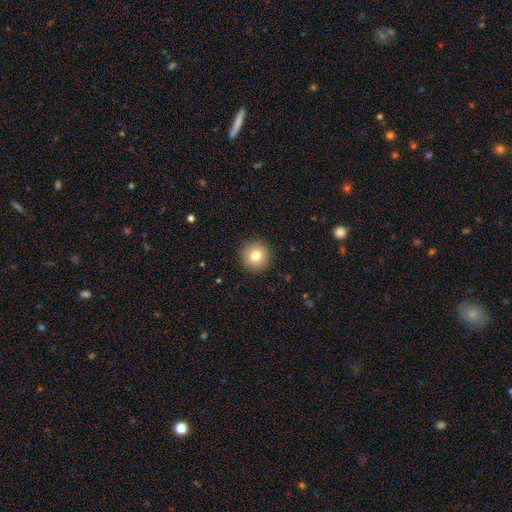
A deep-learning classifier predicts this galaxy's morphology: A smooth galaxy with no disk features (78%) that is round (95%). Merging: none (92%).